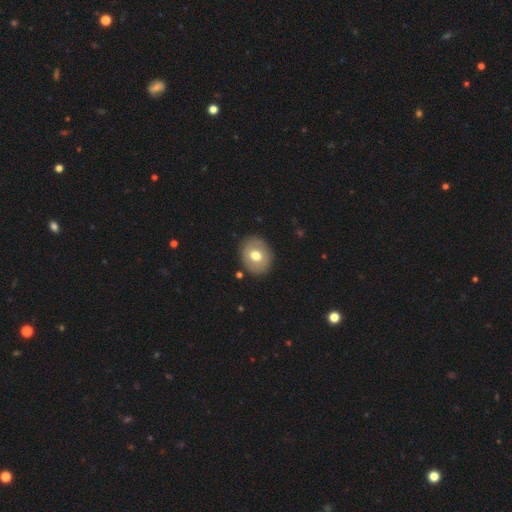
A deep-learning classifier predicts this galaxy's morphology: Smooth or featured? smooth (67%)
How rounded? round (57%)
Merging? none (87%)